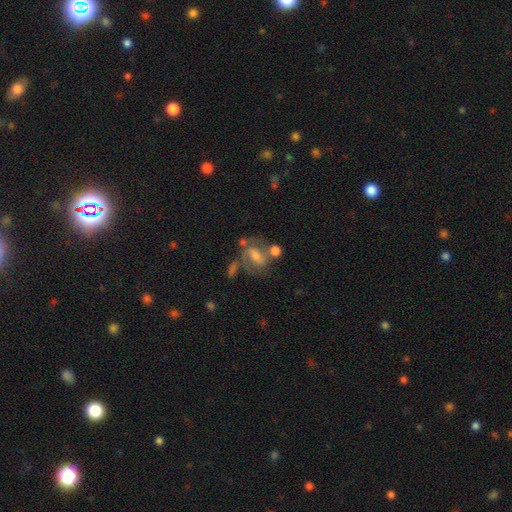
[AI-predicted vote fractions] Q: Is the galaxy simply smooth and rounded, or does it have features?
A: featured or disk — 52%.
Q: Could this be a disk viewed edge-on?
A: no — 95%.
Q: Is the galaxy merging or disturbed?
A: none — 39%.